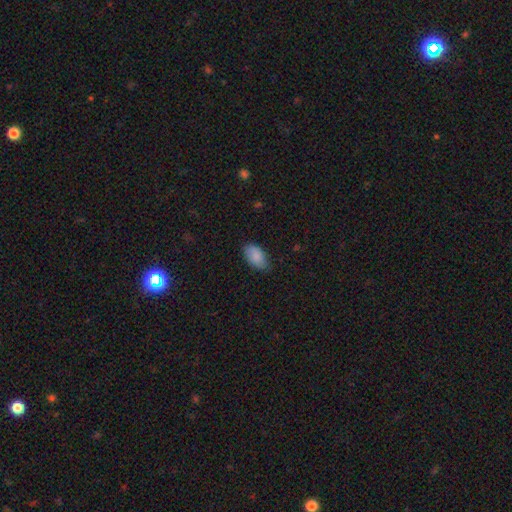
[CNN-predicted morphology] Smooth or featured?
  - smooth: 87% *
  - featured or disk: 7%
  - star or artifact: 6%
How rounded?
  - in between: 94% *
  - round: 4%
  - cigar-shaped: 2%
Merging?
  - none: 78% *
  - minor disturbance: 18%
  - major disturbance: 3%
  - merger: 1%